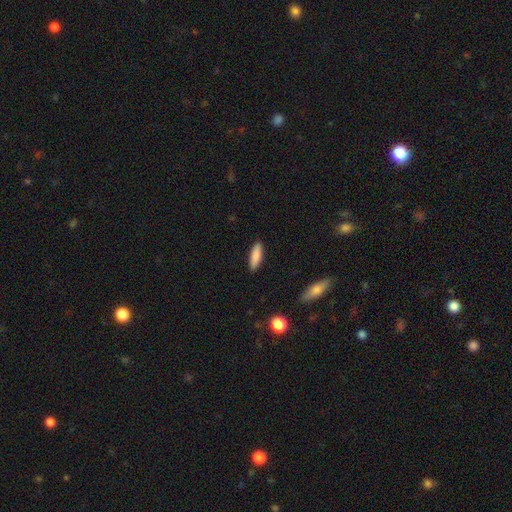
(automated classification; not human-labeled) A smooth galaxy with no disk features (86%) that is cigar-shaped (51%).

Vote fractions:
- Smooth or featured? smooth: 86% / featured or disk: 8% / star or artifact: 6%
- How rounded? cigar-shaped: 51% / in between: 47% / round: 2%
- Merging? none: 89% / minor disturbance: 8% / major disturbance: 2% / merger: 1%